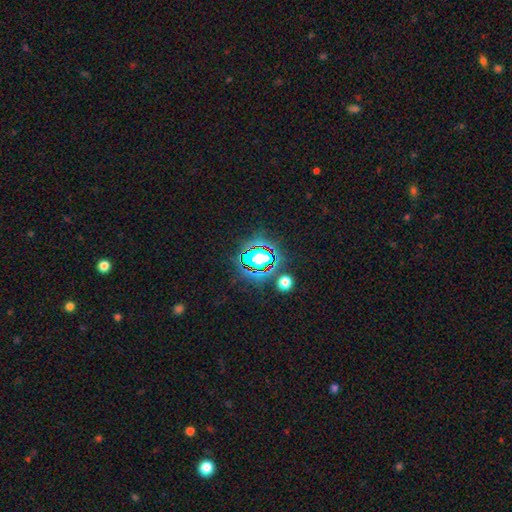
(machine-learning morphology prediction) Q: Smooth or featured?
A: star or artifact (62%); runner-up: smooth (24%)